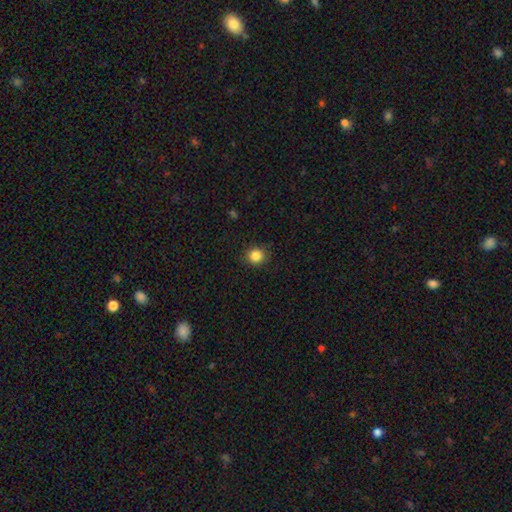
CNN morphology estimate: Smooth or featured?
  - smooth: 86% *
  - star or artifact: 10%
  - featured or disk: 4%
How rounded?
  - round: 86% *
  - in between: 13%
  - cigar-shaped: 1%
Merging?
  - none: 87% *
  - minor disturbance: 9%
  - major disturbance: 3%
  - merger: 1%